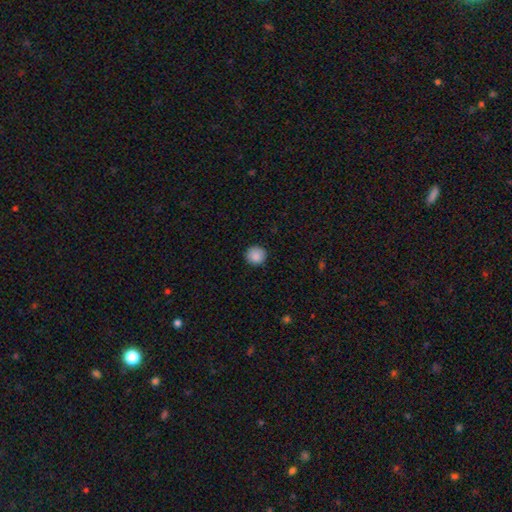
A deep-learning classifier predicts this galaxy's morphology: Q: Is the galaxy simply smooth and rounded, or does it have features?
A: smooth — 88%.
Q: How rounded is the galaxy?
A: round — 93%.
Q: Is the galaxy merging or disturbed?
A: none — 90%.